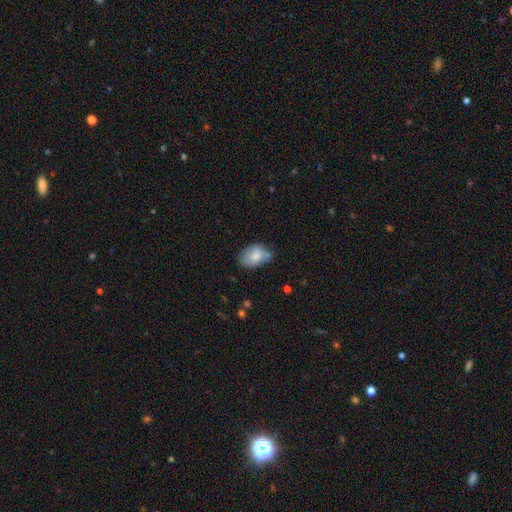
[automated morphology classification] The model was most divided on "merging": none: 52%, minor disturbance: 35%, major disturbance: 9%, merger: 5%. More confident: how rounded — in between (84%); smooth or featured — smooth (75%).